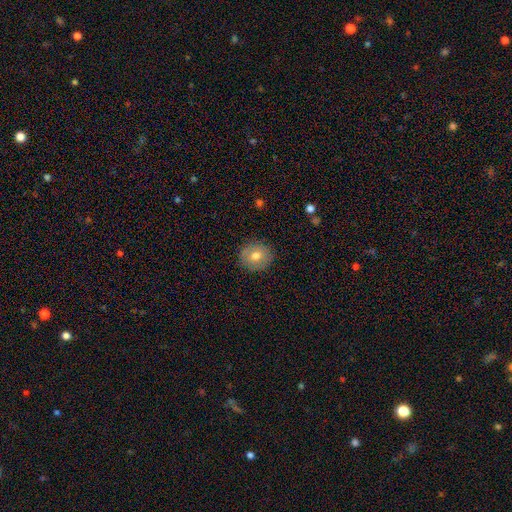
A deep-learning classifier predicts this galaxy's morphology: type=smooth (73%); roundness=round (85%); merging=none (88%).